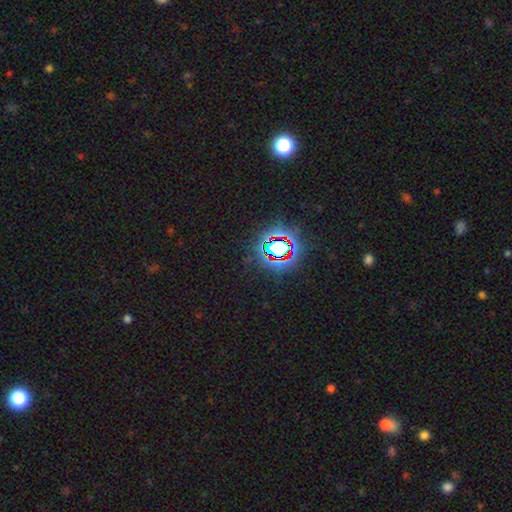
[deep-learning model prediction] Q: Smooth or featured?
A: star or artifact (80%); runner-up: smooth (12%)